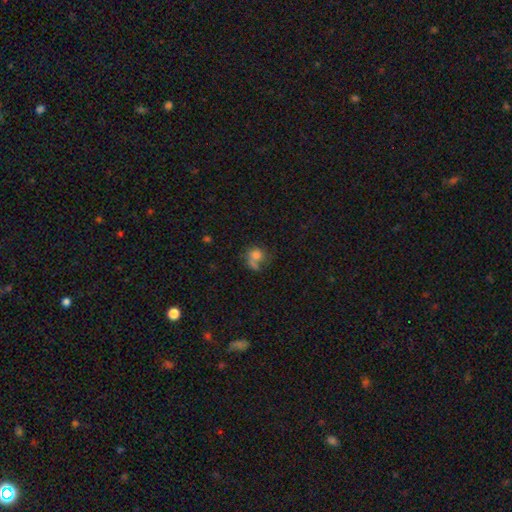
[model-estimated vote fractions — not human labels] Q: Smooth or featured?
A: smooth (70%); runner-up: featured or disk (18%)
Q: How rounded?
A: round (68%); runner-up: in between (31%)
Q: Merging?
A: none (33%); runner-up: merger (30%)